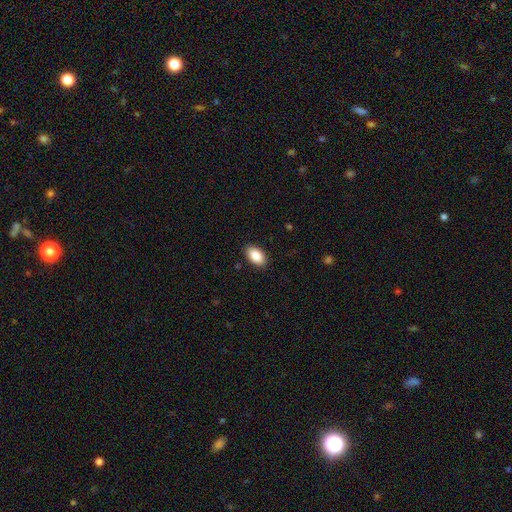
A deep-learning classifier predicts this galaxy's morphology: Overall: smooth (88%). How rounded: in between (94%). Merging: none (89%).